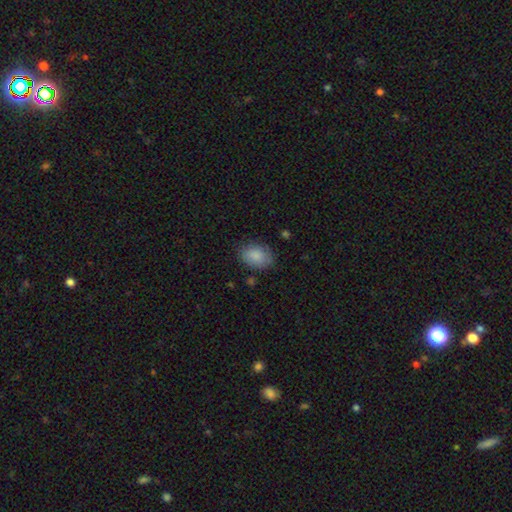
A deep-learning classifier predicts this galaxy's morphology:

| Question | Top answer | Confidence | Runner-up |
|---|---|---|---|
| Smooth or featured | smooth | 86% | featured or disk (7%) |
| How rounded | in between | 79% | round (20%) |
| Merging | none | 77% | minor disturbance (17%) |